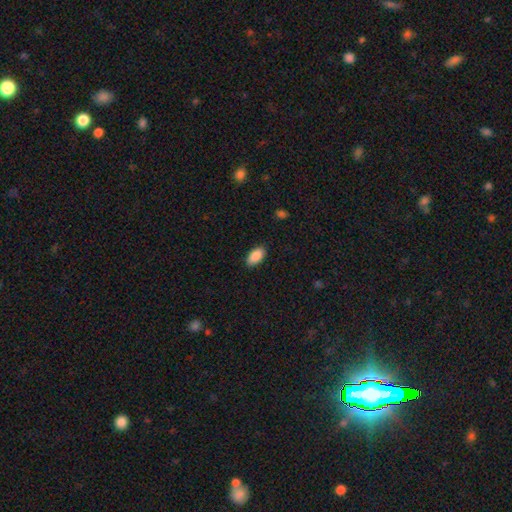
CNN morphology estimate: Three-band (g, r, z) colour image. It shows a smooth galaxy with no disk features (88%) that is in between round and cigar-shaped (94%). Merging: none (87%).